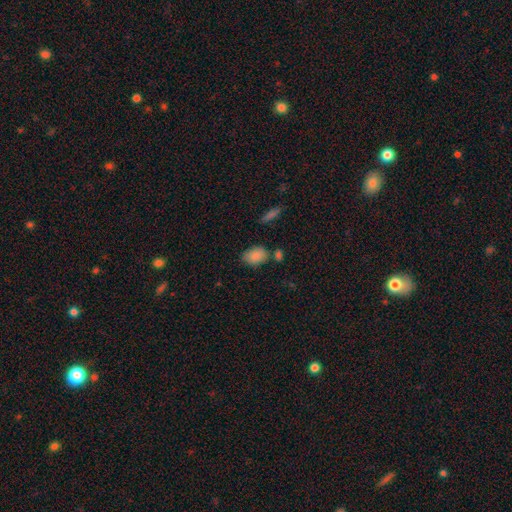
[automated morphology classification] type=smooth (86%); roundness=in between (83%); merging=none (67%).